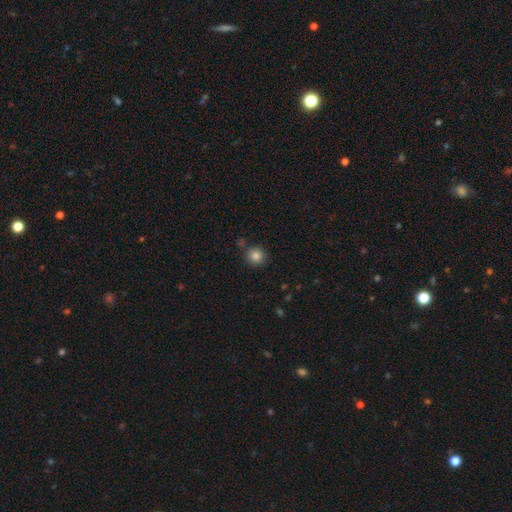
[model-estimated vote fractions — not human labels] This is clearly a smooth galaxy (83%). How rounded: clearly round (93%). Merging: clearly none (82%).